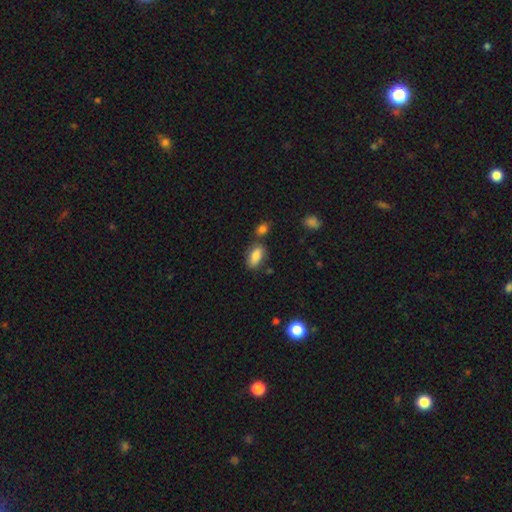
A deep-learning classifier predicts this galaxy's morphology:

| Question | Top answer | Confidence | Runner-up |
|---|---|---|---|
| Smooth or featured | smooth | 83% | featured or disk (9%) |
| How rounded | in between | 89% | cigar-shaped (6%) |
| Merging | none | 70% | minor disturbance (15%) |